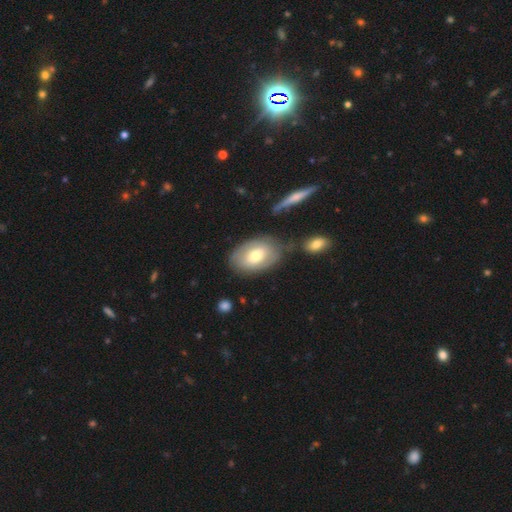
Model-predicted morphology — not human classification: Smooth or featured: smooth — 55% (featured or disk — 38%)
How rounded: in between — 86% (round — 12%)
Merging: none — 67% (minor disturbance — 17%)